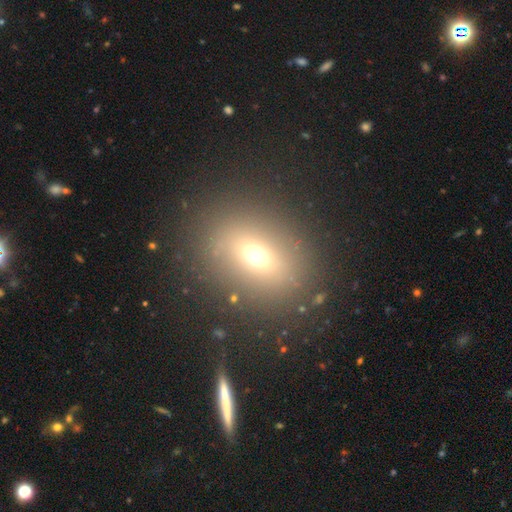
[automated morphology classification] Overall: smooth (63%). How rounded: in between (59%; round 37%). Merging: none (83%).